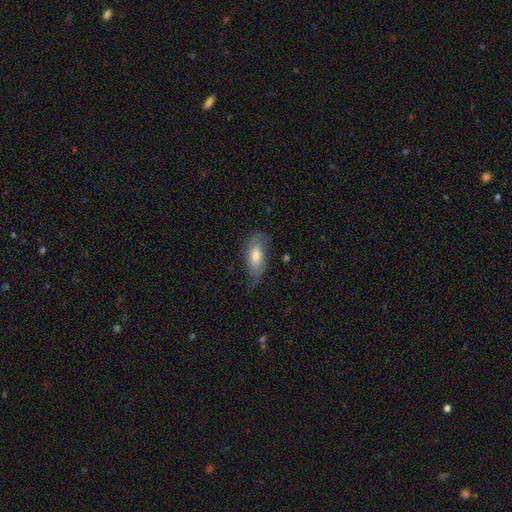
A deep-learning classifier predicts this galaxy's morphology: Overall: smooth (51%; featured or disk 41%). How rounded: in between (82%). Merging: none (51%; minor disturbance 32%).